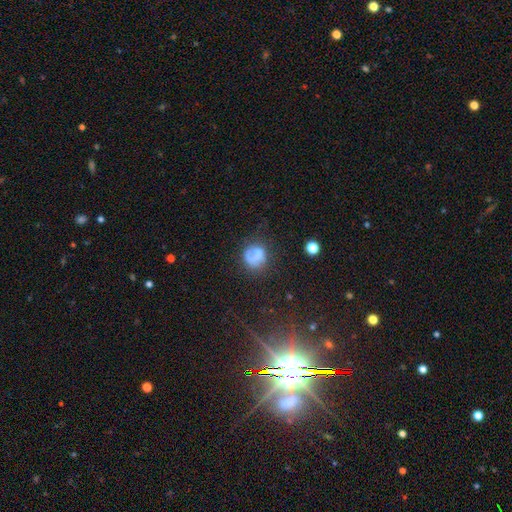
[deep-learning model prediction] Morphology: type=smooth (54%); roundness=round (76%); merging=none (47%).